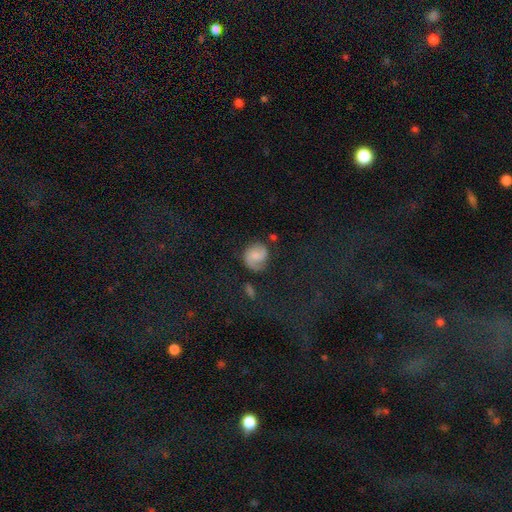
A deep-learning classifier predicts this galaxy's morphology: smooth 49%, featured or disk 40%, star or artifact 11%. Down the decision tree: merging — none (65%).